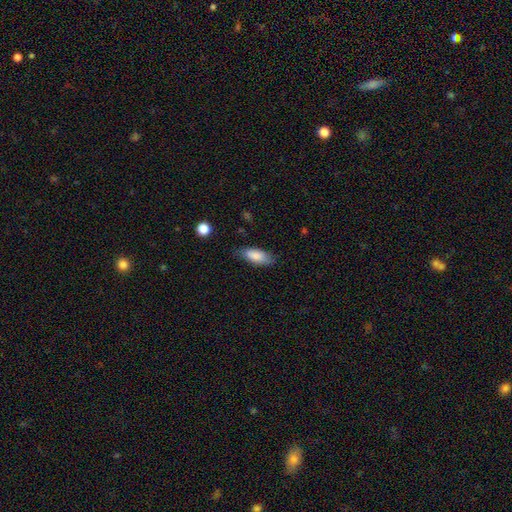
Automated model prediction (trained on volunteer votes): Smooth or featured?
  - smooth: 84% *
  - featured or disk: 9%
  - star or artifact: 7%
How rounded?
  - in between: 81% *
  - cigar-shaped: 17%
  - round: 2%
Merging?
  - none: 74% *
  - minor disturbance: 21%
  - major disturbance: 4%
  - merger: 1%